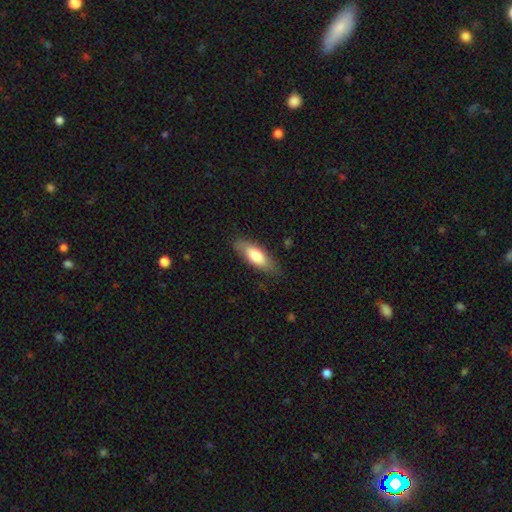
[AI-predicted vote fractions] Smooth or featured?
  - smooth: 73% *
  - featured or disk: 21%
  - star or artifact: 6%
How rounded?
  - in between: 69% *
  - cigar-shaped: 29%
  - round: 2%
Merging?
  - none: 79% *
  - minor disturbance: 16%
  - major disturbance: 4%
  - merger: 1%